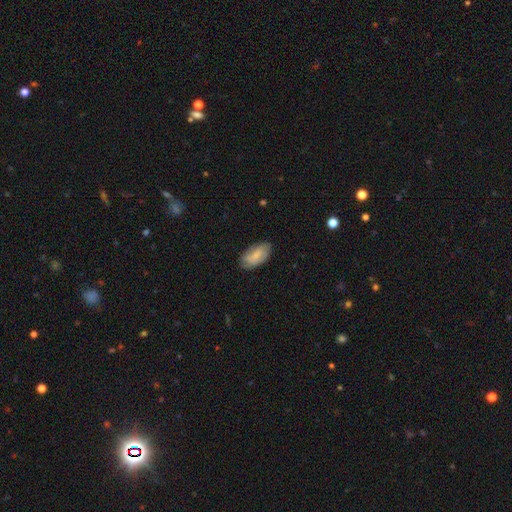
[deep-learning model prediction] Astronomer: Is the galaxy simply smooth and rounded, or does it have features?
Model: smooth — 73%.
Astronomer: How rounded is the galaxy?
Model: in between — 94%.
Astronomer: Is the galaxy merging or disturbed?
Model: none — 75%.